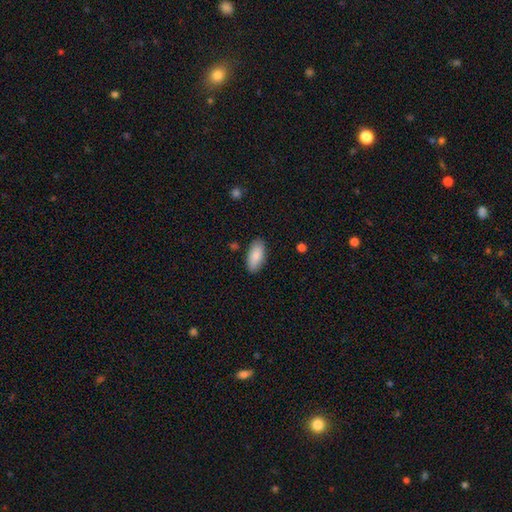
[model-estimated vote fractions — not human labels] Morphology: type=smooth (88%); roundness=in between (90%); merging=none (86%).